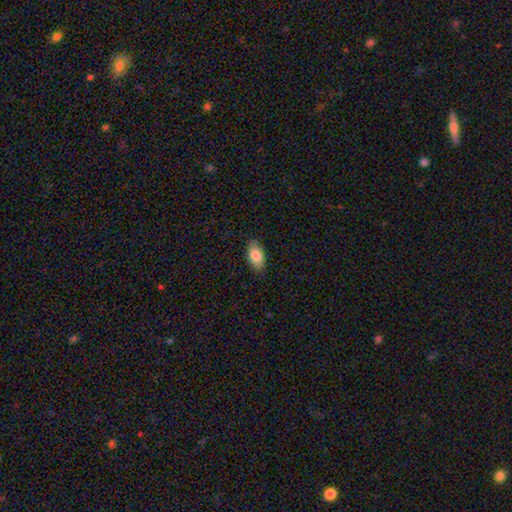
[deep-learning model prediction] smooth-or-featured: smooth: 86% | featured or disk: 8% | star or artifact: 6%
  how-rounded: in between: 93% | cigar-shaped: 4% | round: 3%
  merging: none: 86% | minor disturbance: 11% | major disturbance: 2% | merger: 1%